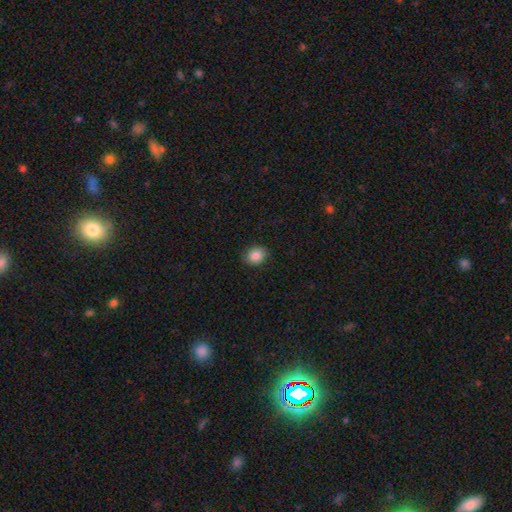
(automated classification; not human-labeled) Smooth or featured?
  - smooth: 85% *
  - star or artifact: 9%
  - featured or disk: 6%
How rounded?
  - round: 55% *
  - in between: 44%
  - cigar-shaped: 1%
Merging?
  - none: 86% *
  - minor disturbance: 11%
  - major disturbance: 2%
  - merger: 1%